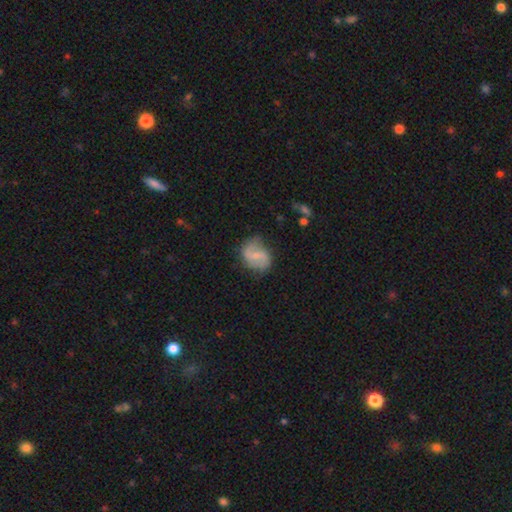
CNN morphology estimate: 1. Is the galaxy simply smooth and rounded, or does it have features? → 63% featured or disk, 30% smooth, 7% star or artifact.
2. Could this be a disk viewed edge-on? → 97% no, 3% yes.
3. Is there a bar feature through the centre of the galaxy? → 54% weak, 25% no, 22% strong.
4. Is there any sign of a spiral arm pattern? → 86% yes, 14% no.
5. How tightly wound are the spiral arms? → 45% loose, 41% medium, 14% tight.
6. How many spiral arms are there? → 84% 2, 8% can't tell, 4% 1, 1% 3, 1% 4, 1% more than 4.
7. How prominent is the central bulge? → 54% small, 26% moderate, 18% none, 2% large, 1% dominant.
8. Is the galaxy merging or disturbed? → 65% none, 24% minor disturbance, 9% major disturbance, 2% merger.